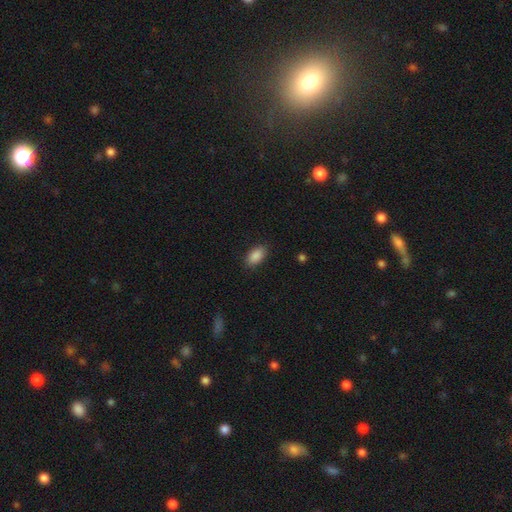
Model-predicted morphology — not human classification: smooth-or-featured: smooth: 89% | star or artifact: 7% | featured or disk: 4%
  how-rounded: in between: 93% | round: 4% | cigar-shaped: 3%
  merging: none: 88% | minor disturbance: 9% | major disturbance: 2% | merger: 1%